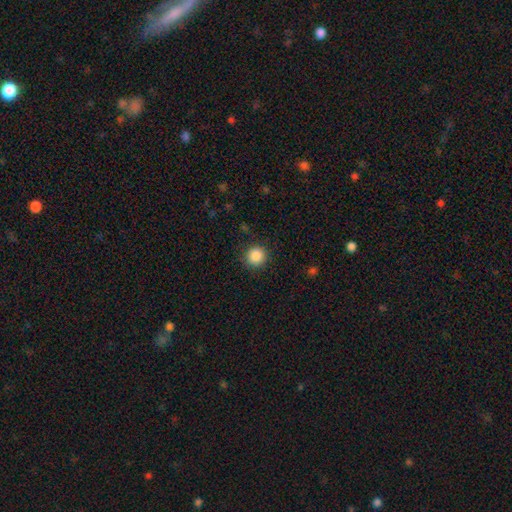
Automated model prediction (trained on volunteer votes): Smooth or featured? Predicted: smooth (p=0.87). How rounded? Predicted: round (p=0.94). Merging? Predicted: none (p=0.90).